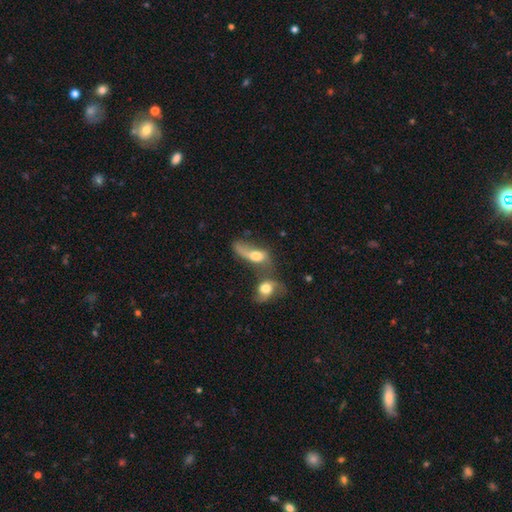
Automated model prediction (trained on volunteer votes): Morphology: type=smooth (53%); roundness=in between (72%); merging=merger (70%).